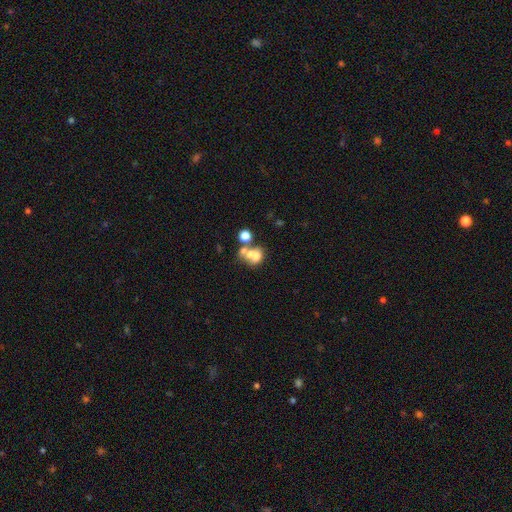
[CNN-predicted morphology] Smooth or featured? smooth (58%)
How rounded? round (53%)
Merging? merger (57%)